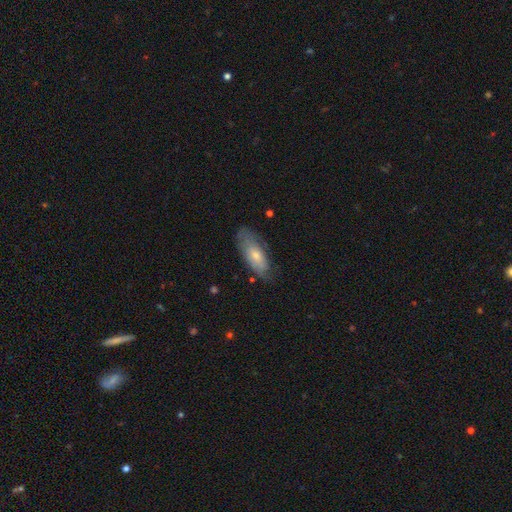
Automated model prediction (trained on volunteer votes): The model was most divided on "smooth or featured": smooth: 58%, featured or disk: 36%, star or artifact: 6%. More confident: how rounded — in between (81%); merging — none (66%).